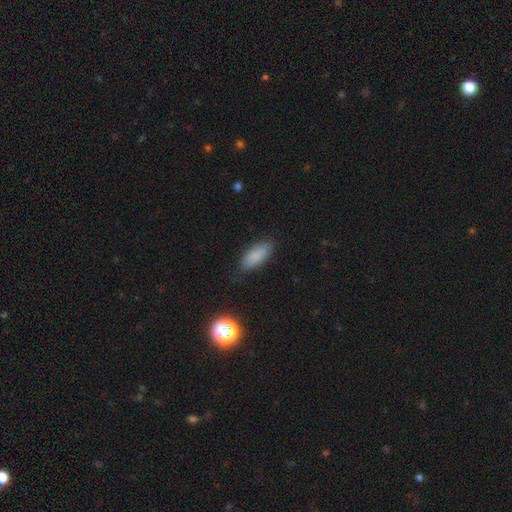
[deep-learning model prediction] smooth_or_featured: smooth (p=0.85) [alt: star or artifact p=0.08]
how_rounded: in between (p=0.78) [alt: cigar-shaped p=0.20]
merging: none (p=0.82) [alt: minor disturbance p=0.13]